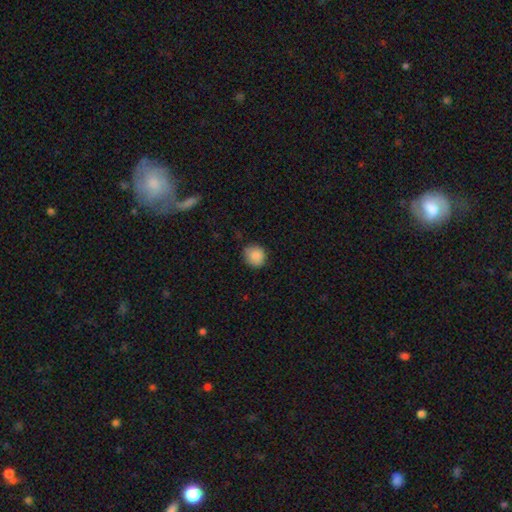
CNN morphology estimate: A smooth galaxy with no disk features (88%) that is round (85%). Merging: none (82%).